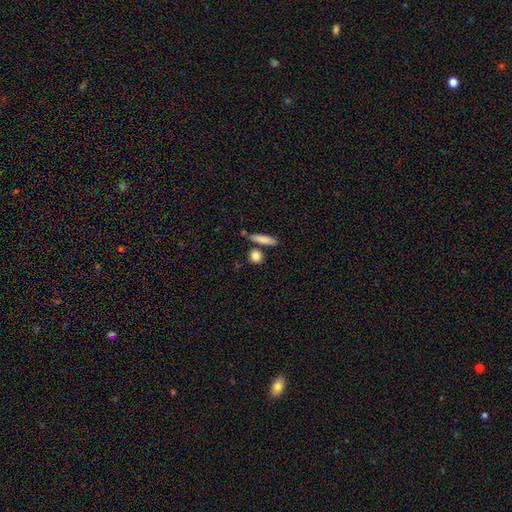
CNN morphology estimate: smooth-or-featured: smooth: 85% | featured or disk: 8% | star or artifact: 7%
  how-rounded: round: 61% | in between: 24% | cigar-shaped: 15%
  merging: none: 78% | merger: 10% | minor disturbance: 9% | major disturbance: 3%